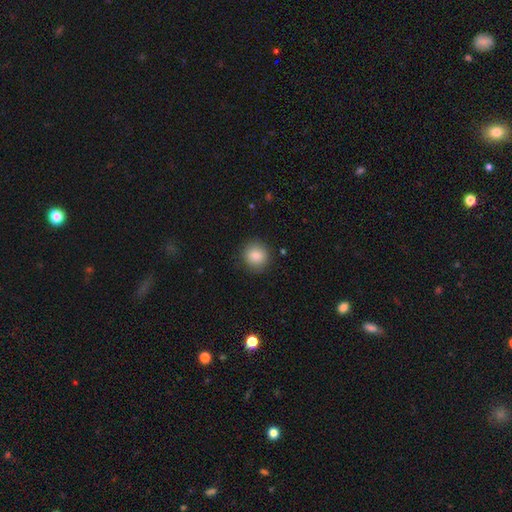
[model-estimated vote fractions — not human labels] This appears to be a smooth galaxy with no disk features (87%) that is round (89%). Merging: none (87%).